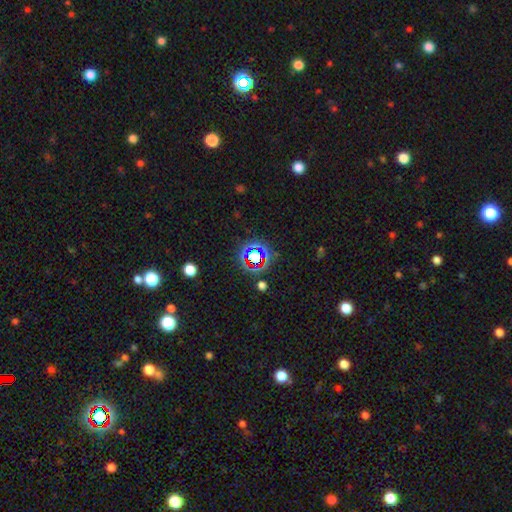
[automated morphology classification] This appears to be a star or artifact, not a galaxy (74%).